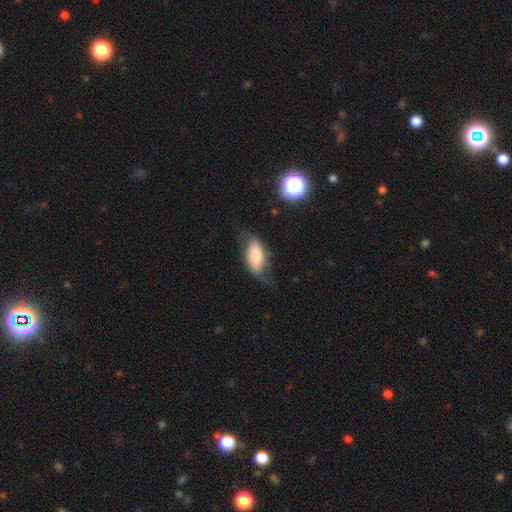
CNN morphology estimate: Overall: smooth (67%). How rounded: in between (91%). Merging: none (49%; minor disturbance 29%).